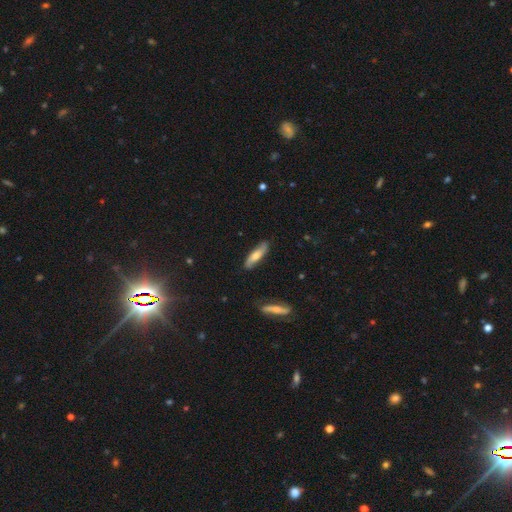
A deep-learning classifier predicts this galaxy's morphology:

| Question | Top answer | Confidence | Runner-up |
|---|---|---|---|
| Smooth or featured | smooth | 57% | featured or disk (37%) |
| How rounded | cigar-shaped | 67% | in between (31%) |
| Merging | none | 83% | minor disturbance (13%) |